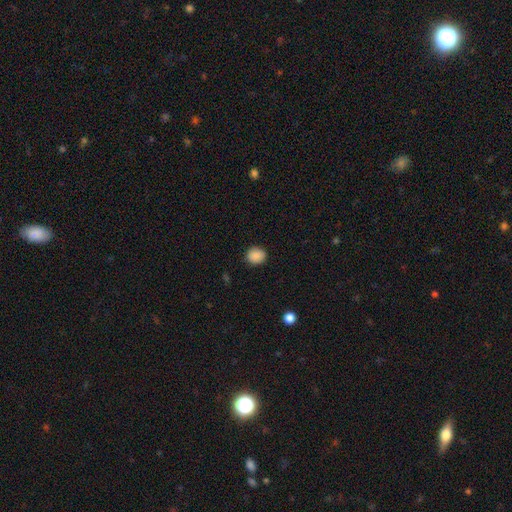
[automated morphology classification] Smooth or featured?
  - smooth: 88% *
  - star or artifact: 9%
  - featured or disk: 3%
How rounded?
  - round: 82% *
  - in between: 17%
  - cigar-shaped: 1%
Merging?
  - none: 89% *
  - minor disturbance: 8%
  - major disturbance: 2%
  - merger: 1%